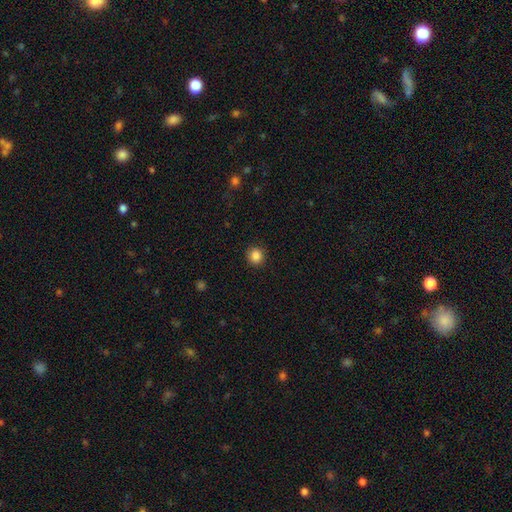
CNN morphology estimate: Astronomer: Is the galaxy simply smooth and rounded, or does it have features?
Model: smooth — 86%.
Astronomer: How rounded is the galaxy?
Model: round — 91%.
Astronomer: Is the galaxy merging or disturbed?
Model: none — 91%.